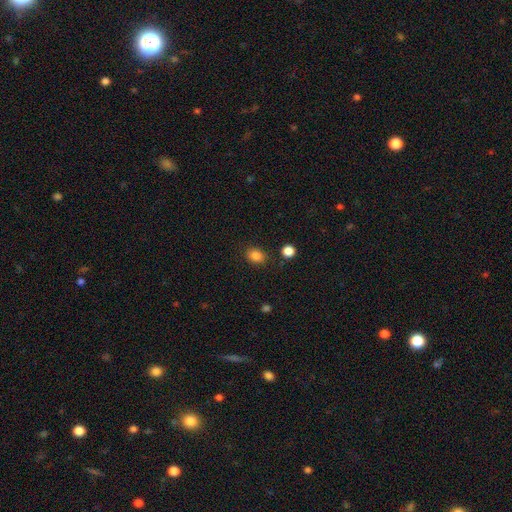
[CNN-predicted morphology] type=smooth (85%); roundness=in between (57%); merging=none (82%).